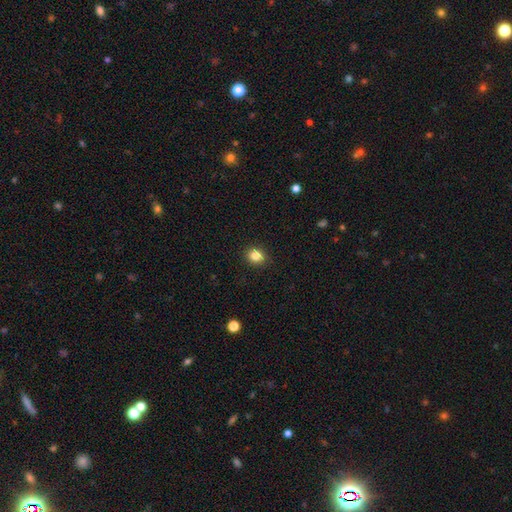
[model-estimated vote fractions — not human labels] Smooth or featured? smooth (84%)
How rounded? round (70%)
Merging? none (90%)